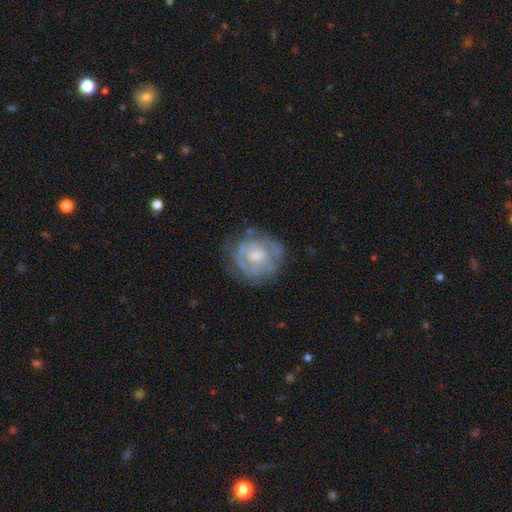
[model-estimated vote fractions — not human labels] A featured or disk galaxy (61%) with no bar (71%), spiral arms (51%) and a moderate central bulge (44%). Merging: none (60%).